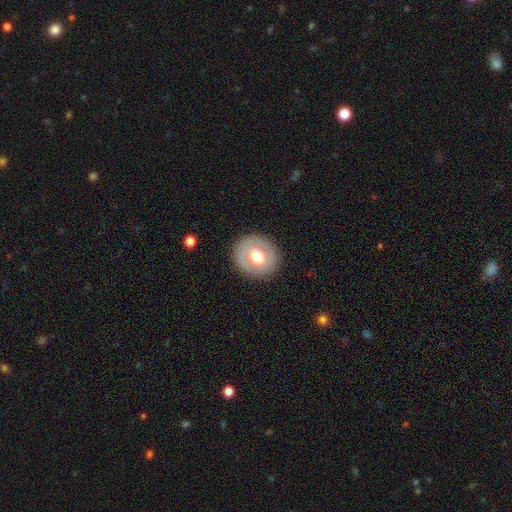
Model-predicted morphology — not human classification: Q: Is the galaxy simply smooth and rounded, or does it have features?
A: smooth — 51%.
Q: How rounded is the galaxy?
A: round — 85%.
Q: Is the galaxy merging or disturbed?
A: none — 87%.